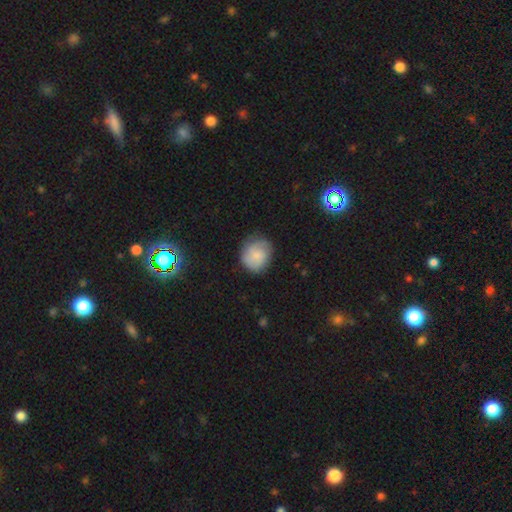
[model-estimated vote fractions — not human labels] A smooth galaxy with no disk features (66%) that is round (80%).

Vote fractions:
- Smooth or featured? smooth: 66% / featured or disk: 27% / star or artifact: 7%
- How rounded? round: 80% / in between: 19% / cigar-shaped: 1%
- Merging? none: 75% / minor disturbance: 18% / major disturbance: 5% / merger: 1%